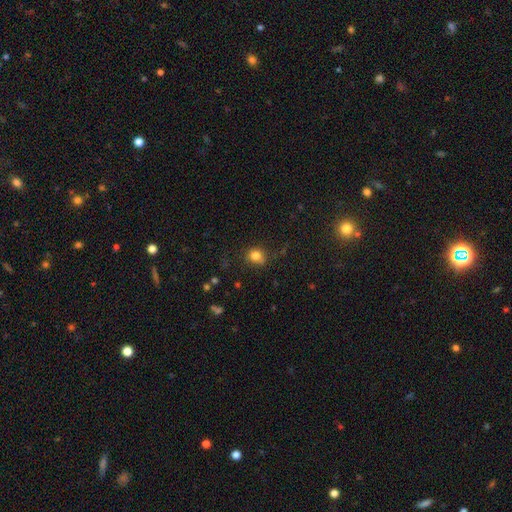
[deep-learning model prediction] A smooth galaxy with no disk features (82%) that is round (62%).

Vote fractions:
- Smooth or featured? smooth: 82% / star or artifact: 12% / featured or disk: 6%
- How rounded? round: 62% / in between: 37% / cigar-shaped: 1%
- Merging? none: 72% / minor disturbance: 20% / major disturbance: 6% / merger: 2%